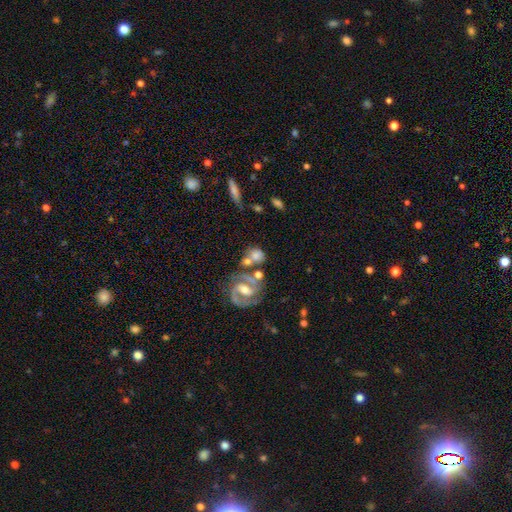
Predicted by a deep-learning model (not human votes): A featured or disk galaxy (46%). Merging: none (47%).